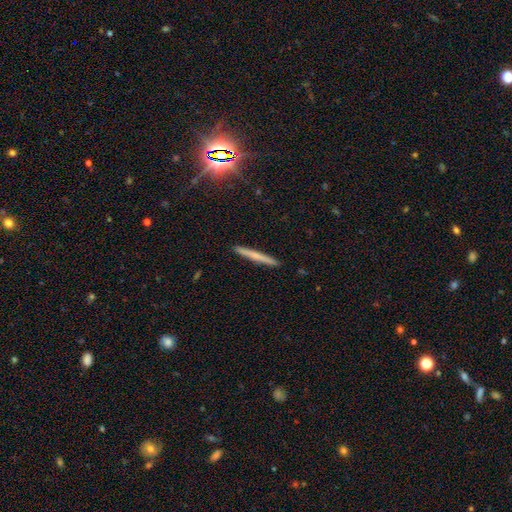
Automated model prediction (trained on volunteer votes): Morphology: type=smooth (55%); roundness=cigar-shaped (96%); merging=none (92%).